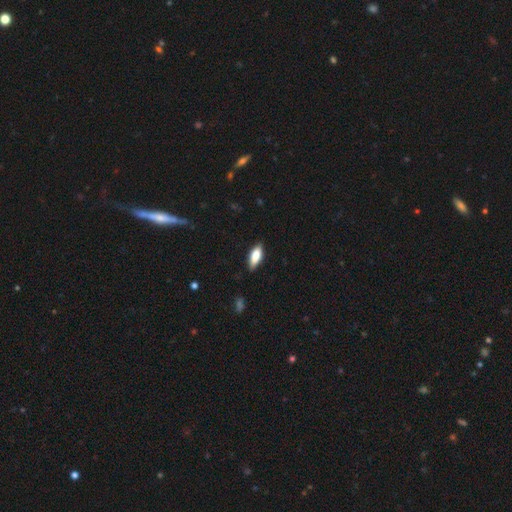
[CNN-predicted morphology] This is likely a smooth galaxy (77%). How rounded: likely in between (71%). Merging: clearly none (83%).